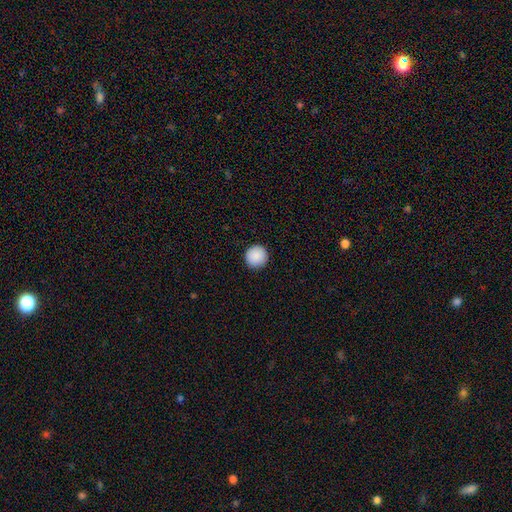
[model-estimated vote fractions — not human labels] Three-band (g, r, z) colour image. It shows a smooth galaxy with no disk features (89%) that is round (95%). Merging: none (92%).